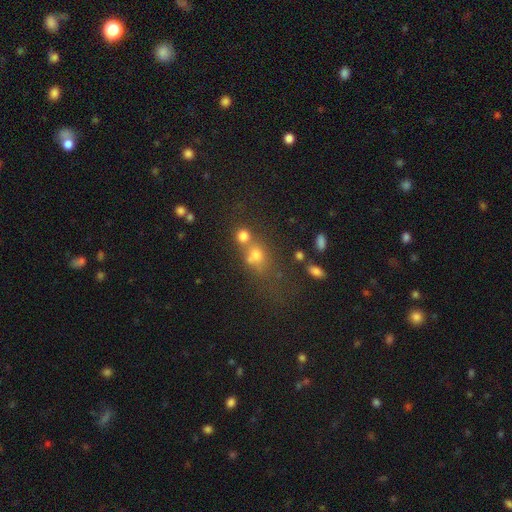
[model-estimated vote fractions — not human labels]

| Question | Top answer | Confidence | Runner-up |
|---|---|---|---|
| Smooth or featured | smooth | 67% | star or artifact (18%) |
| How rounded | round | 58% | in between (38%) |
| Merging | merger | 46% | none (34%) |